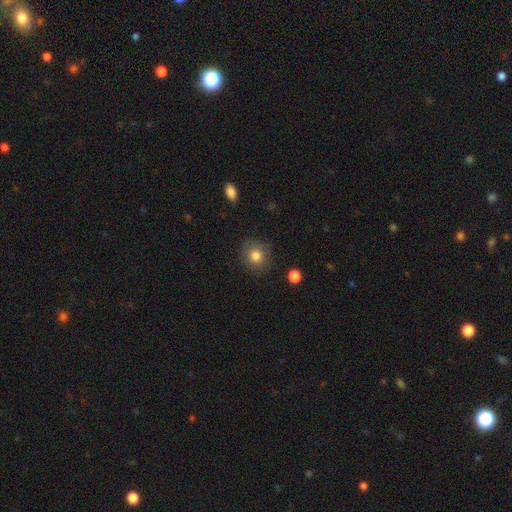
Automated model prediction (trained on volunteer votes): Morphology: type=smooth (81%); roundness=round (86%); merging=none (86%).